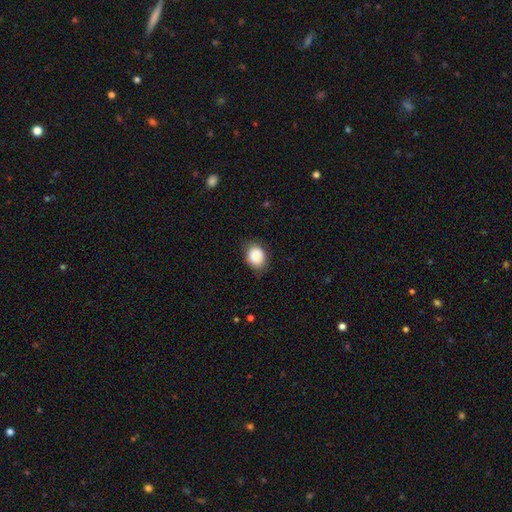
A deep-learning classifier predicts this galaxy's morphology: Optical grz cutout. It shows a smooth galaxy with no disk features (88%) that is round (50%). Merging: none (78%).